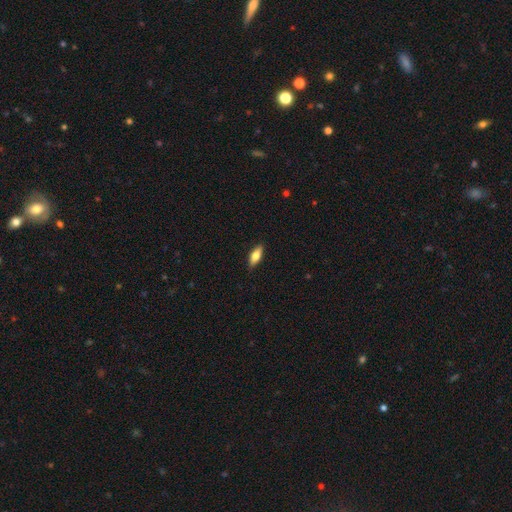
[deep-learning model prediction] Overall: smooth (74%). How rounded: in between (70%). Merging: none (87%).